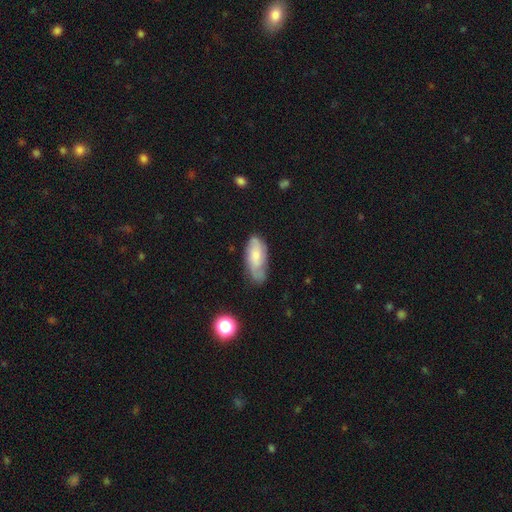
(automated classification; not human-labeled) smooth_or_featured: smooth (p=0.49) [alt: featured or disk p=0.43]
merging: none (p=0.57) [alt: minor disturbance p=0.30]